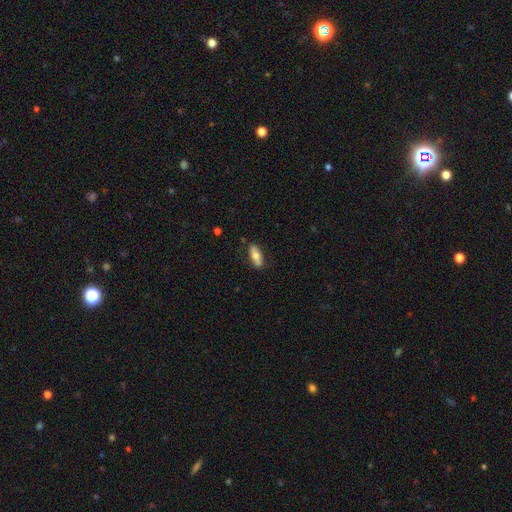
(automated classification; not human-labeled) A smooth galaxy with no disk features (69%) that is in between round and cigar-shaped (69%).

Vote fractions:
- Smooth or featured? smooth: 69% / featured or disk: 25% / star or artifact: 6%
- How rounded? in between: 69% / cigar-shaped: 29% / round: 3%
- Merging? none: 81% / minor disturbance: 14% / major disturbance: 3% / merger: 2%